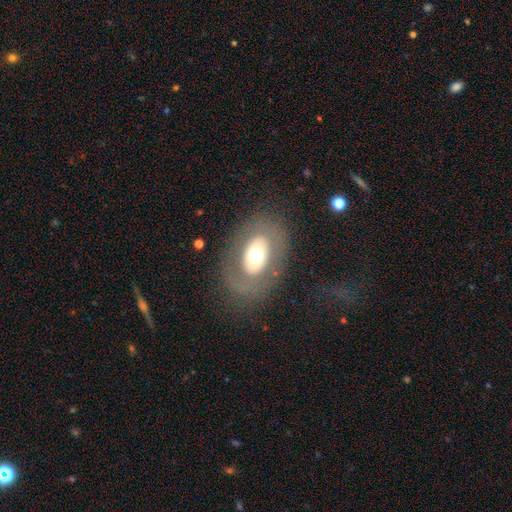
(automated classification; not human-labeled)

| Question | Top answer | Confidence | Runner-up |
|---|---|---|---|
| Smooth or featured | smooth | 51% | featured or disk (40%) |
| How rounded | in between | 81% | round (18%) |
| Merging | none | 78% | minor disturbance (11%) |